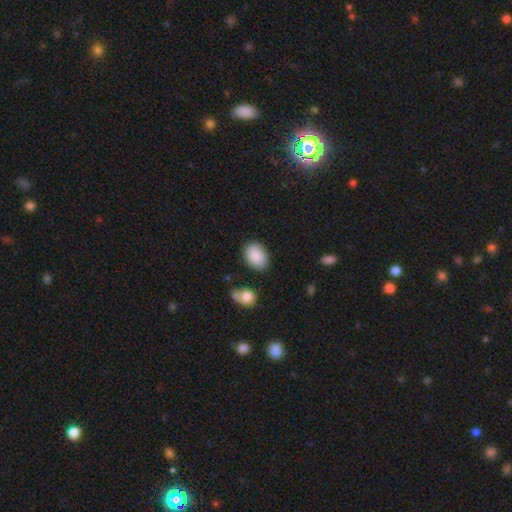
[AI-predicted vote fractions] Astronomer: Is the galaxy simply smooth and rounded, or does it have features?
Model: smooth — 89%.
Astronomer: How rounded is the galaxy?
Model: in between — 80%.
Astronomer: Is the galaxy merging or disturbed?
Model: none — 82%.